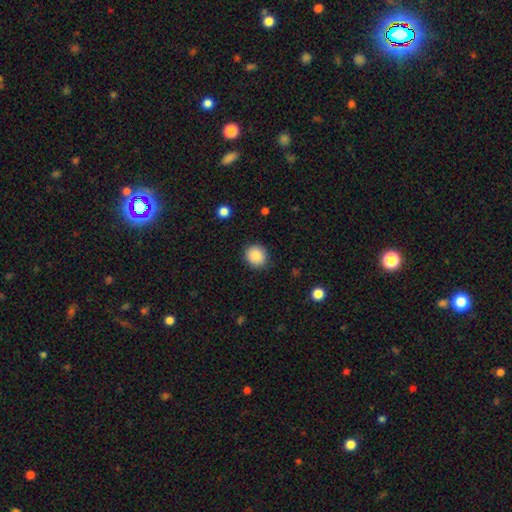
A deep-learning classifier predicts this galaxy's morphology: The model was most divided on "smooth or featured": smooth: 87%, star or artifact: 9%, featured or disk: 4%. More confident: how rounded — round (89%); merging — none (89%).